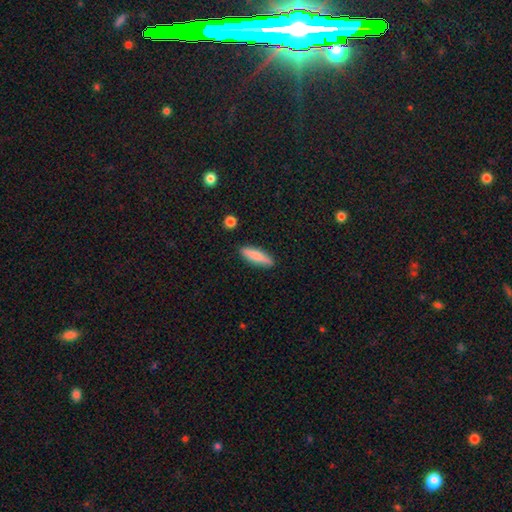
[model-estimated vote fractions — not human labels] smooth_or_featured: smooth (p=0.80) [alt: featured or disk p=0.14]
how_rounded: cigar-shaped (p=0.73) [alt: in between p=0.25]
merging: none (p=0.86) [alt: minor disturbance p=0.10]